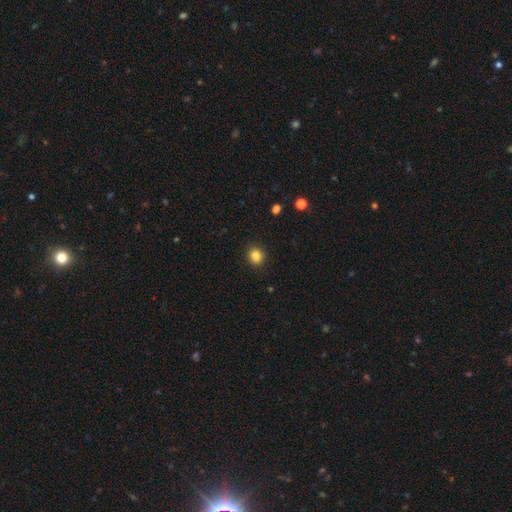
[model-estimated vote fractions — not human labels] Overall: smooth (85%). How rounded: round (85%). Merging: none (91%).